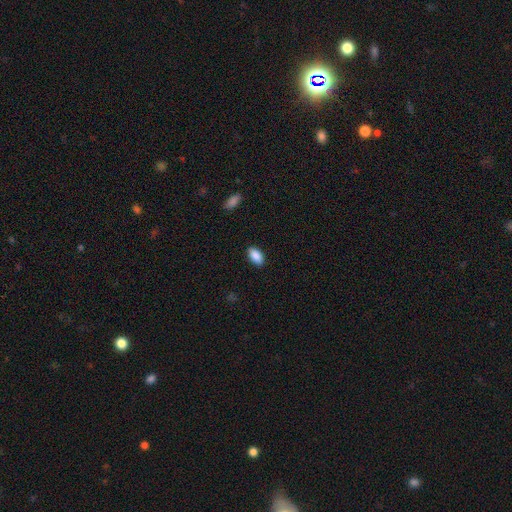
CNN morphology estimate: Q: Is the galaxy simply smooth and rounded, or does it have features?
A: smooth — 90%.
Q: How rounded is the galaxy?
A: in between — 94%.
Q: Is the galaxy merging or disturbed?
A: none — 89%.